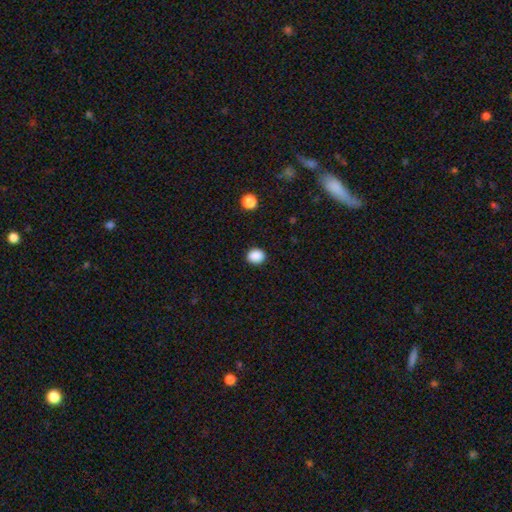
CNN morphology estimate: Q: Smooth or featured?
A: smooth (88%); runner-up: star or artifact (9%)
Q: How rounded?
A: round (58%); runner-up: in between (41%)
Q: Merging?
A: none (90%); runner-up: minor disturbance (7%)